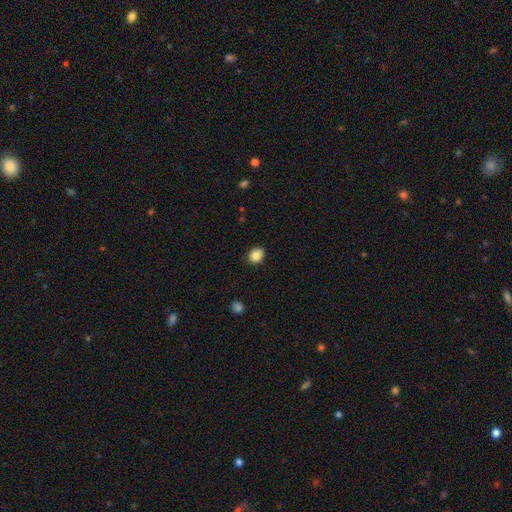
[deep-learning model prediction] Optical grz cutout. It shows a smooth galaxy with no disk features (86%) that is in between round and cigar-shaped (50%). Merging: none (85%).